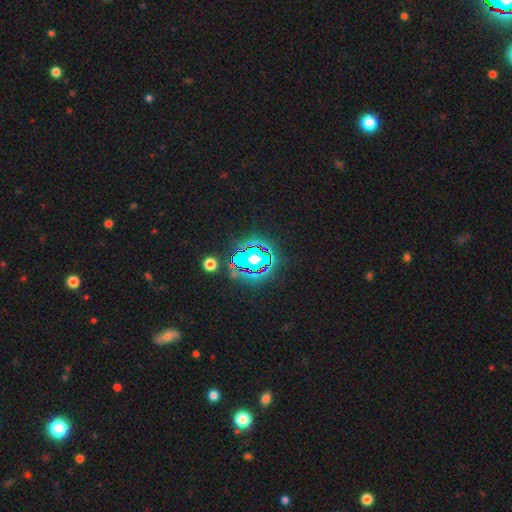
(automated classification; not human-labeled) Overall: star or artifact (79%).